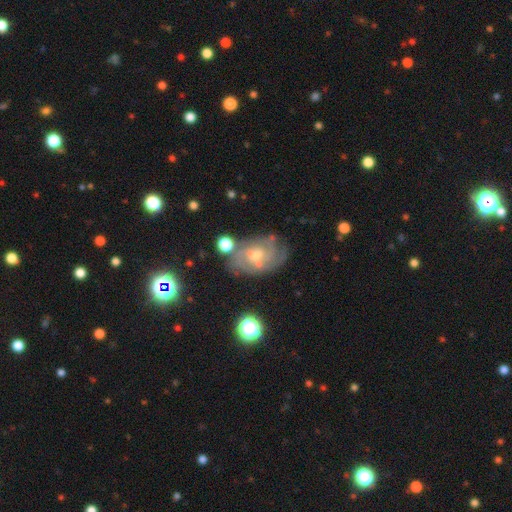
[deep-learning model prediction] Q: Smooth or featured?
A: featured or disk (72%); runner-up: smooth (18%)
Q: Edge-on disk?
A: no (96%); runner-up: yes (4%)
Q: Bar?
A: no (59%); runner-up: weak (36%)
Q: Spiral arms?
A: yes (83%); runner-up: no (17%)
Q: Spiral winding?
A: tight (50%); runner-up: medium (38%)
Q: Spiral arm count?
A: can't tell (50%); runner-up: 2 (20%)
Q: Bulge size?
A: small (52%); runner-up: moderate (36%)
Q: Merging?
A: none (60%); runner-up: minor disturbance (21%)